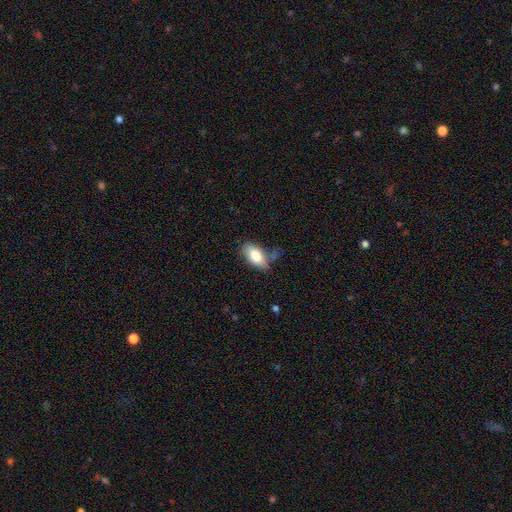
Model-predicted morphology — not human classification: This is clearly a smooth galaxy (81%). How rounded: clearly in between (92%). Merging: likely none (61%).